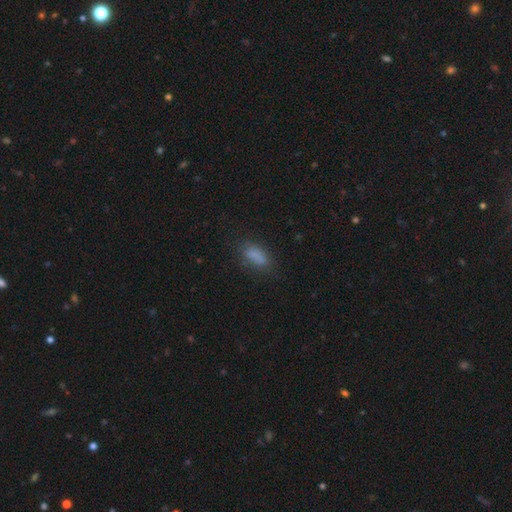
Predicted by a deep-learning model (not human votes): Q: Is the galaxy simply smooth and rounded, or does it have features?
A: smooth — 79%.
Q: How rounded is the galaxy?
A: in between — 76%.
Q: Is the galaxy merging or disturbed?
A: none — 66%.